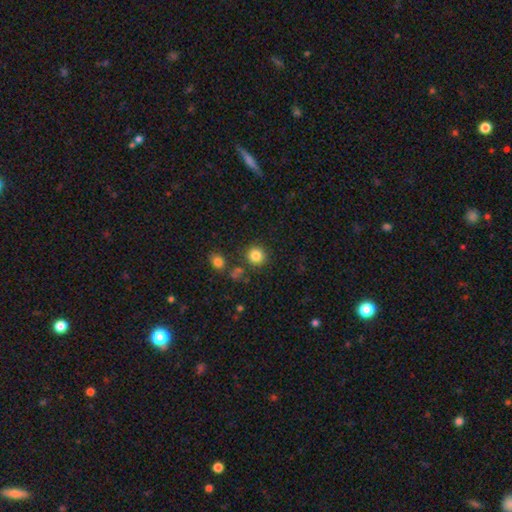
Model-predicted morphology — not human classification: Q: Smooth or featured?
A: smooth (84%); runner-up: star or artifact (11%)
Q: How rounded?
A: round (91%); runner-up: in between (8%)
Q: Merging?
A: none (84%); runner-up: minor disturbance (8%)